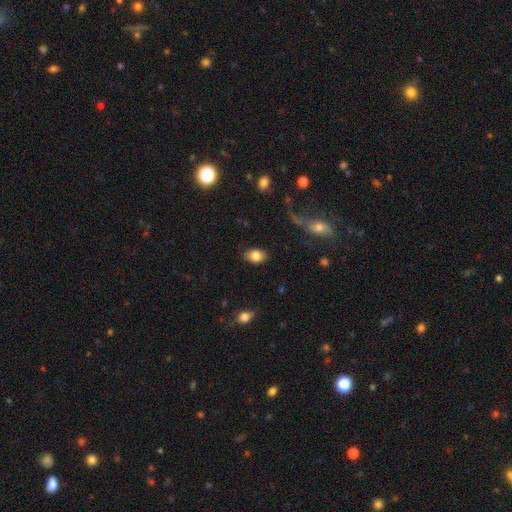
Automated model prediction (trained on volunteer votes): Smooth or featured? smooth (82%)
How rounded? in between (81%)
Merging? none (83%)